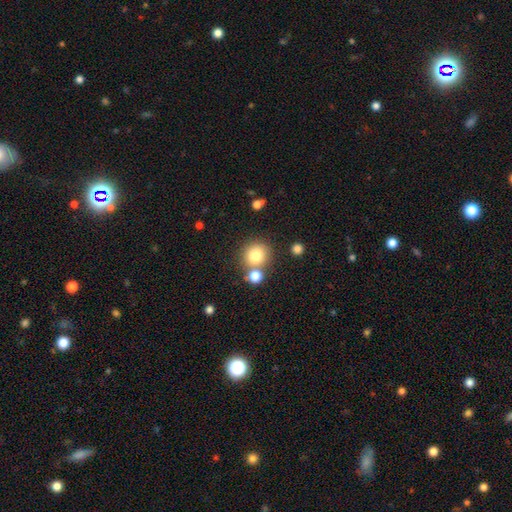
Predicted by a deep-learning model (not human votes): Smooth or featured?
  - smooth: 79% *
  - star or artifact: 12%
  - featured or disk: 9%
How rounded?
  - round: 90% *
  - in between: 9%
  - cigar-shaped: 1%
Merging?
  - none: 69% *
  - merger: 19%
  - minor disturbance: 9%
  - major disturbance: 3%